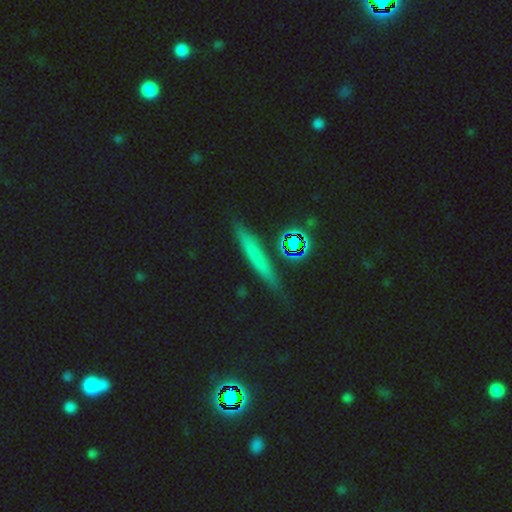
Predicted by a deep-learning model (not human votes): smooth 51%, star or artifact 25%, featured or disk 24%. Down the decision tree: how rounded — cigar-shaped (83%); merging — none (85%).